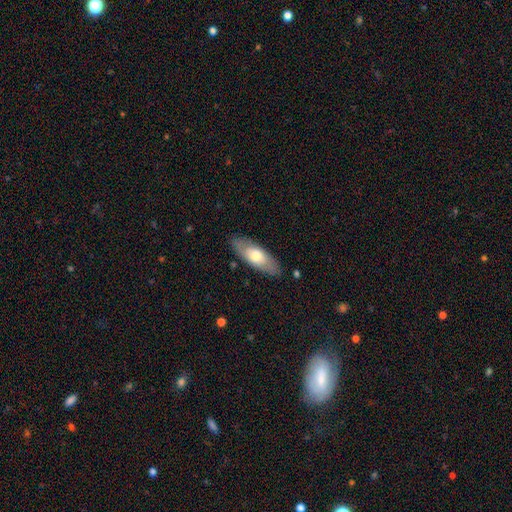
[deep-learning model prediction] A smooth galaxy with no disk features (58%) that is in between round and cigar-shaped (72%). Merging: none (83%).